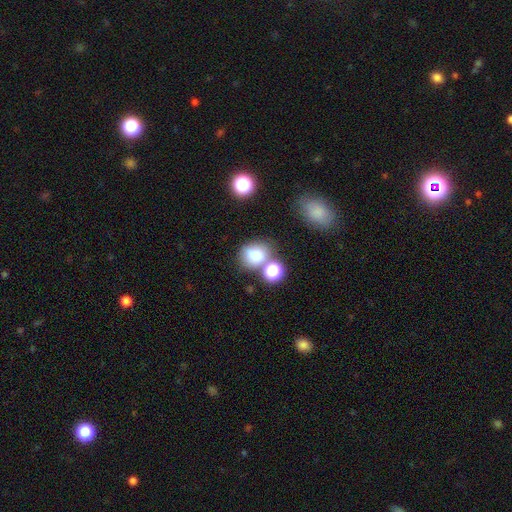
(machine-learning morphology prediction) Smooth or featured: smooth — 75% (star or artifact — 14%)
How rounded: round — 54% (in between — 45%)
Merging: none — 56% (merger — 23%)